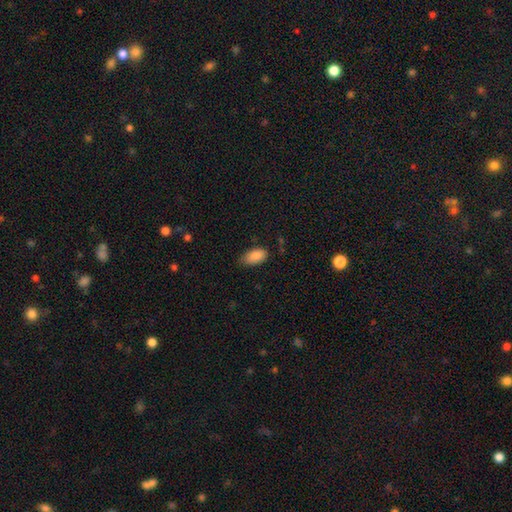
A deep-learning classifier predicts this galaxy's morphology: type=smooth (88%); roundness=in between (93%); merging=none (68%).